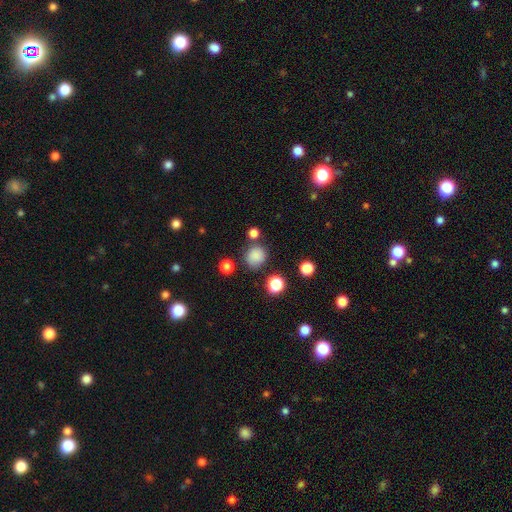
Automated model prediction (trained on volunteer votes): The model was most divided on "merging": none: 74%, minor disturbance: 14%, merger: 7%, major disturbance: 5%. More confident: how rounded — round (83%); smooth or featured — smooth (82%).